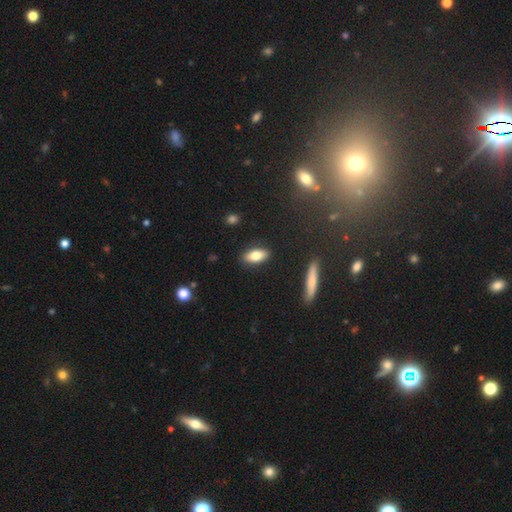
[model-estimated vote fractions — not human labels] smooth-or-featured: smooth: 78% | featured or disk: 14% | star or artifact: 7%
  how-rounded: in between: 84% | cigar-shaped: 13% | round: 3%
  merging: none: 87% | minor disturbance: 9% | major disturbance: 2% | merger: 2%